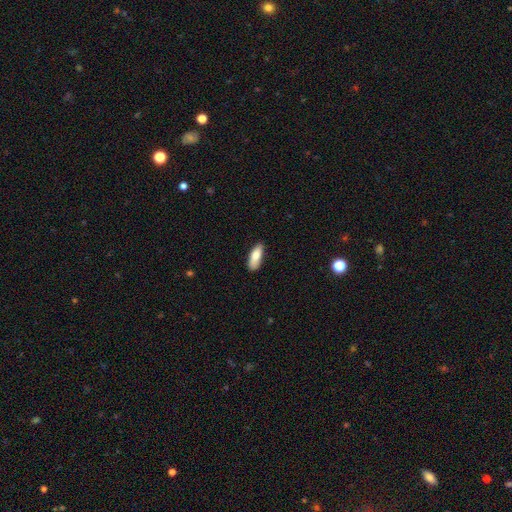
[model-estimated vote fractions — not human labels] Q: Smooth or featured?
A: smooth (82%); runner-up: featured or disk (12%)
Q: How rounded?
A: in between (68%); runner-up: cigar-shaped (30%)
Q: Merging?
A: none (81%); runner-up: minor disturbance (15%)